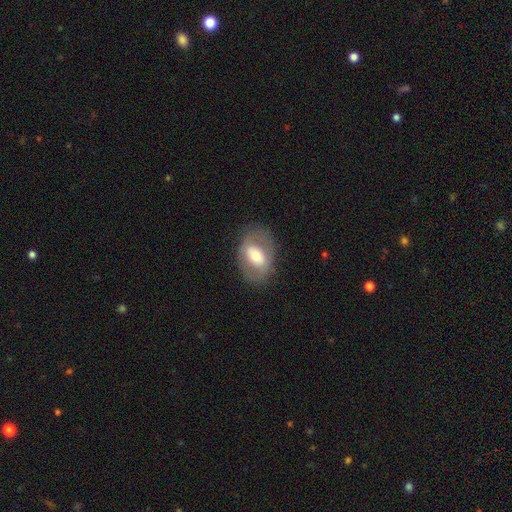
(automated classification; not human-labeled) Smooth or featured: smooth — 50% (featured or disk — 43%)
How rounded: in between — 79% (round — 20%)
Merging: none — 75% (minor disturbance — 15%)